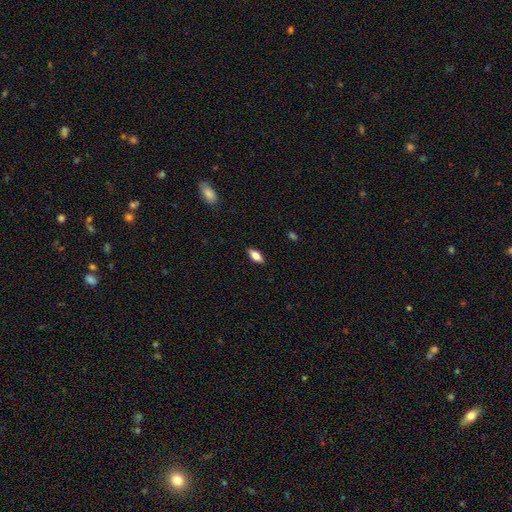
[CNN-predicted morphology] Smooth or featured?
  - smooth: 69% *
  - featured or disk: 23%
  - star or artifact: 7%
How rounded?
  - in between: 81% *
  - cigar-shaped: 16%
  - round: 3%
Merging?
  - none: 87% *
  - minor disturbance: 10%
  - major disturbance: 2%
  - merger: 1%